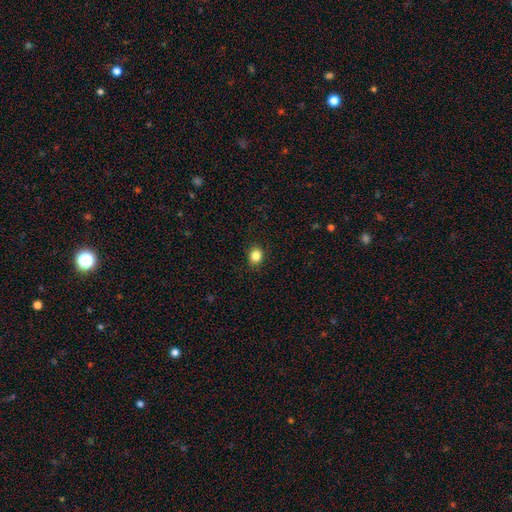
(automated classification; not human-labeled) Smooth or featured? Predicted: smooth (p=0.85). How rounded? Predicted: round (p=0.65). Merging? Predicted: none (p=0.89).